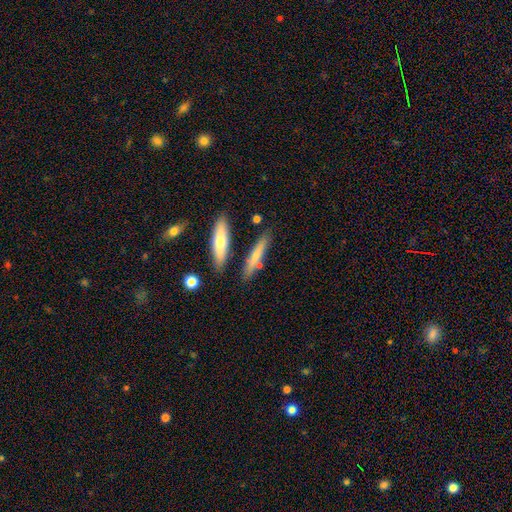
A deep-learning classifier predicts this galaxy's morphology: Smooth or featured?
  - smooth: 66% *
  - featured or disk: 27%
  - star or artifact: 7%
How rounded?
  - cigar-shaped: 84% *
  - in between: 13%
  - round: 2%
Merging?
  - none: 78% *
  - minor disturbance: 11%
  - merger: 8%
  - major disturbance: 3%